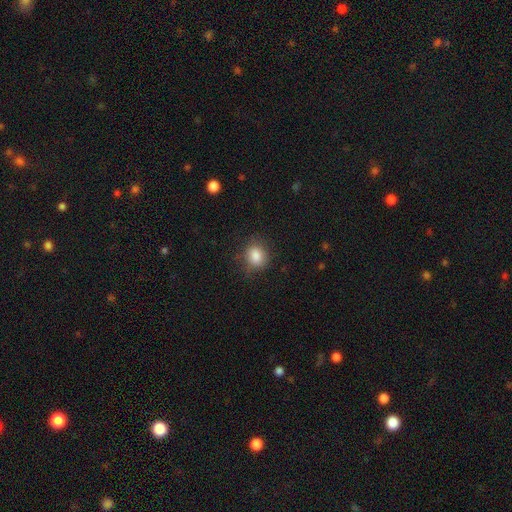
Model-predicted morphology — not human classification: The model was most divided on "how rounded": round: 64%, in between: 35%, cigar-shaped: 1%. More confident: smooth or featured — smooth (85%); merging — none (75%).